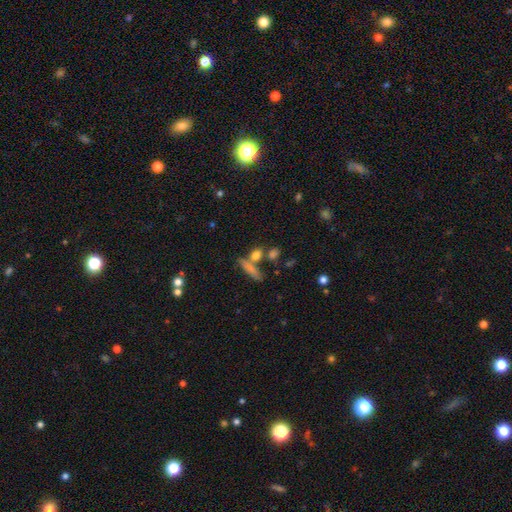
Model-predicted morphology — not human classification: smooth 73%, featured or disk 16%, star or artifact 11%. Down the decision tree: how rounded — in between (44%); merging — none (56%).